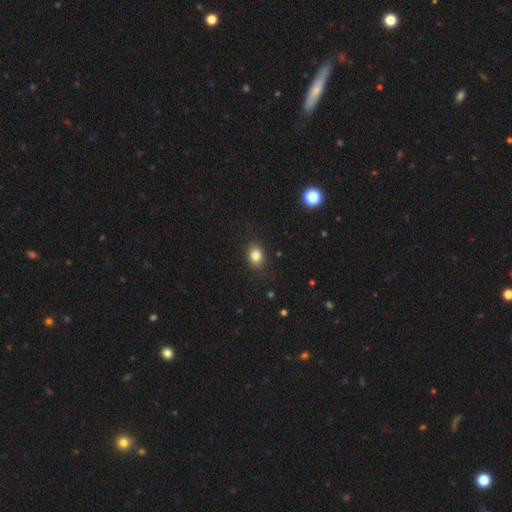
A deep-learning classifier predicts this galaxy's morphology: Smooth or featured: smooth — 83% (star or artifact — 11%)
How rounded: in between — 60% (round — 39%)
Merging: none — 85% (minor disturbance — 11%)